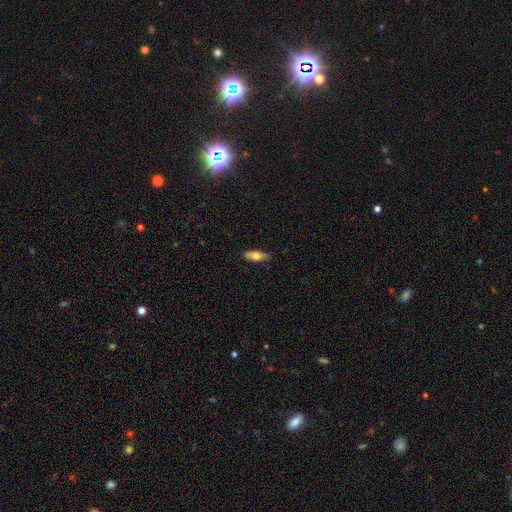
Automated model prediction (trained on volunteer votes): The model was most divided on "how rounded": in between: 71%, cigar-shaped: 26%, round: 3%. More confident: merging — none (87%); smooth or featured — smooth (70%).